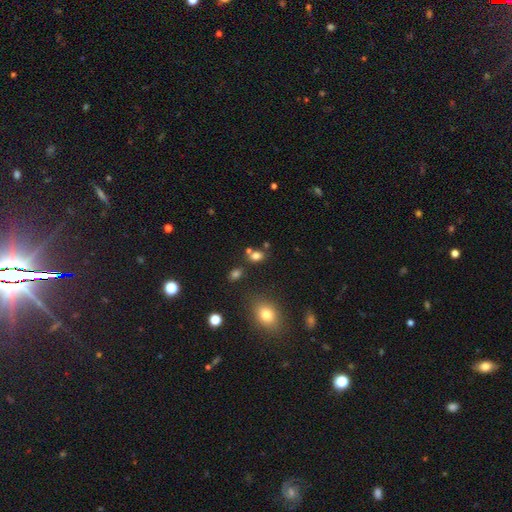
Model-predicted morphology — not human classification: Smooth or featured: smooth — 77% (star or artifact — 15%)
How rounded: in between — 63% (round — 35%)
Merging: none — 62% (merger — 21%)